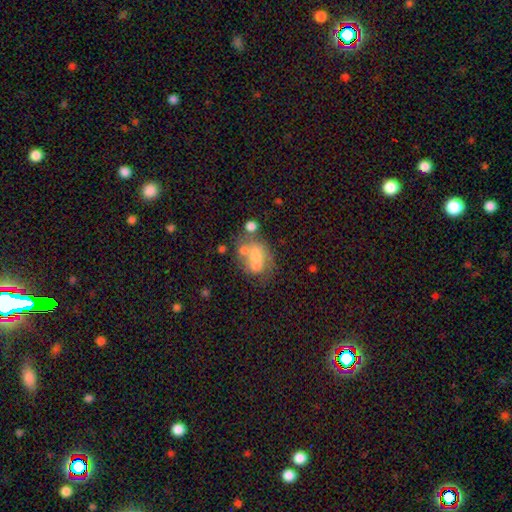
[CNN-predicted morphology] Smooth or featured? smooth (47%)
Merging? merger (43%)